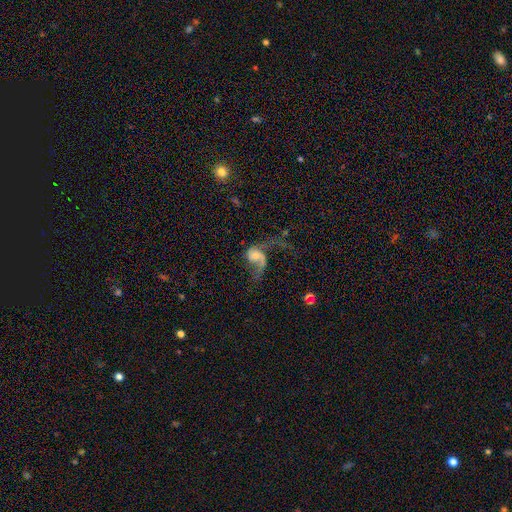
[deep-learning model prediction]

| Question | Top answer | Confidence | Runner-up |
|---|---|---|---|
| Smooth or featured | featured or disk | 73% | smooth (19%) |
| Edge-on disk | no | 97% | yes (3%) |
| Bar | no | 69% | weak (25%) |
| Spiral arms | yes | 88% | no (12%) |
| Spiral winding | loose | 76% | medium (19%) |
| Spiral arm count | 2 | 62% | 1 (30%) |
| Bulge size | moderate | 49% | small (32%) |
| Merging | major disturbance | 49% | none (29%) |